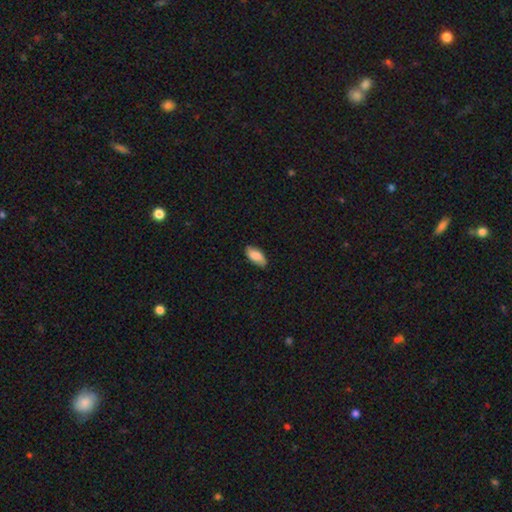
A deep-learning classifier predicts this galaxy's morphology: Smooth or featured? Predicted: smooth (p=0.82). How rounded? Predicted: in between (p=0.90). Merging? Predicted: none (p=0.82).